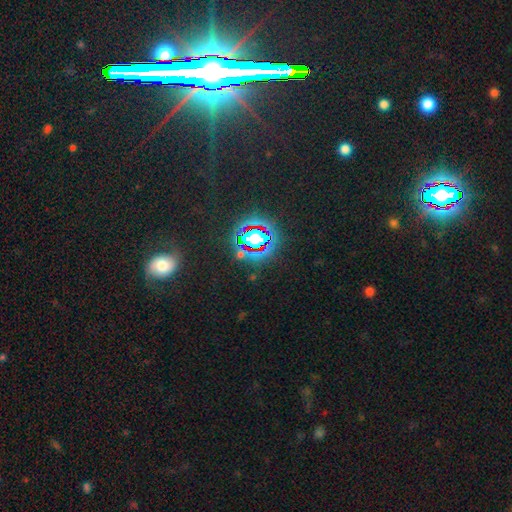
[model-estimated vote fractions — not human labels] This appears to be a star or artifact, not a galaxy (73%).